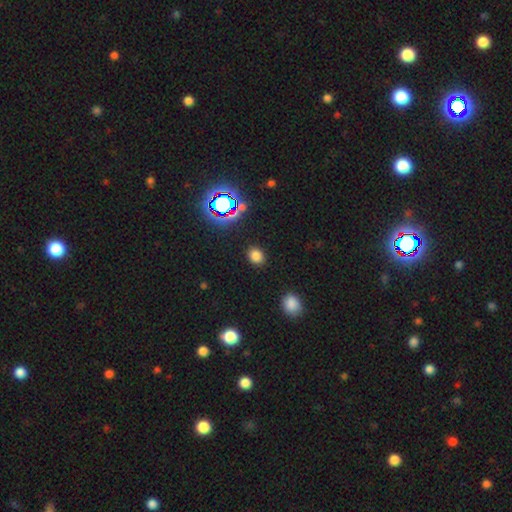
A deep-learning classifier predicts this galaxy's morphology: Smooth or featured?
  - smooth: 76% *
  - star or artifact: 19%
  - featured or disk: 5%
How rounded?
  - round: 64% *
  - in between: 35%
  - cigar-shaped: 1%
Merging?
  - none: 89% *
  - minor disturbance: 7%
  - major disturbance: 3%
  - merger: 1%